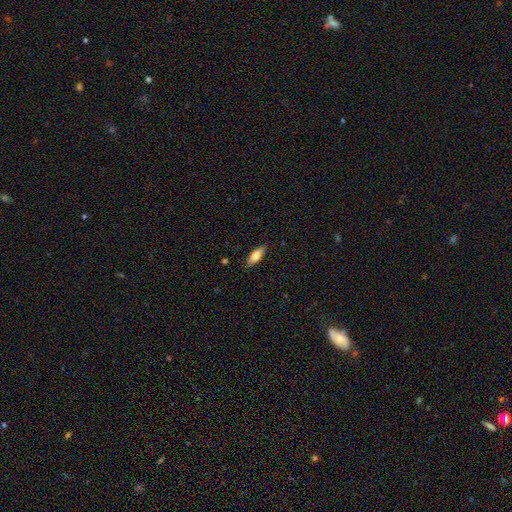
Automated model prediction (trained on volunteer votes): The model was most divided on "how rounded": in between: 69%, cigar-shaped: 29%, round: 2%. More confident: merging — none (87%); smooth or featured — smooth (77%).